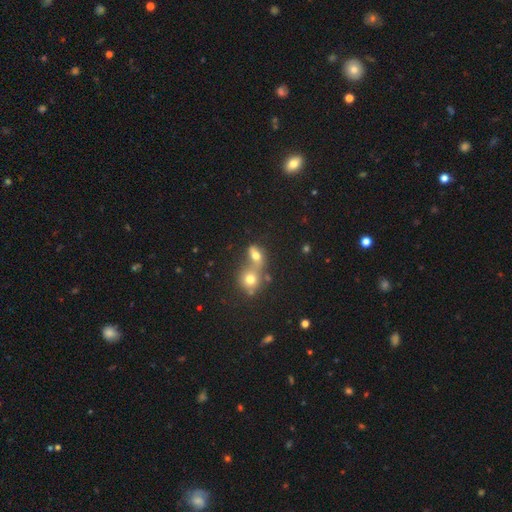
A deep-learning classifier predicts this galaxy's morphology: This is likely a smooth galaxy (68%). How rounded: possibly in between (57%). Merging: likely merger (61%).